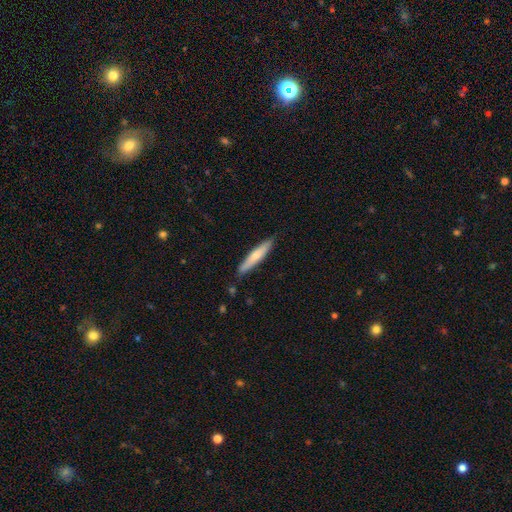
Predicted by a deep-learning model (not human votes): Q: Smooth or featured?
A: smooth (61%); runner-up: featured or disk (34%)
Q: How rounded?
A: cigar-shaped (89%); runner-up: in between (9%)
Q: Merging?
A: none (86%); runner-up: minor disturbance (11%)